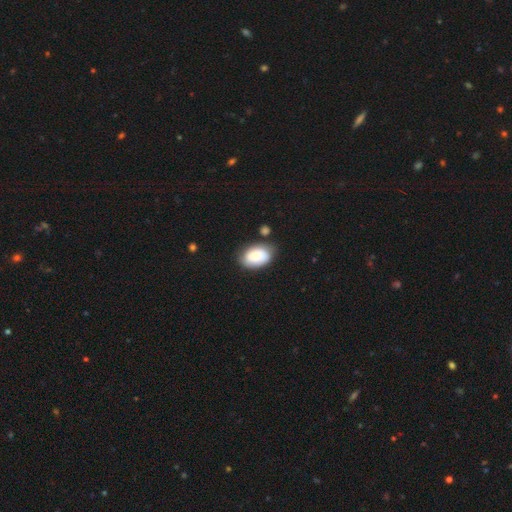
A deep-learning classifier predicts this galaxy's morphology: A smooth galaxy with no disk features (72%) that is in between round and cigar-shaped (87%). Merging: none (71%).